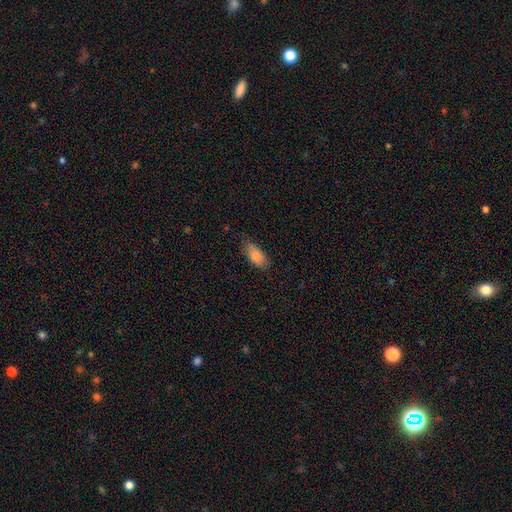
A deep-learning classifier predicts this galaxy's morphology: smooth_or_featured: smooth (p=0.83) [alt: featured or disk p=0.10]
how_rounded: in between (p=0.87) [alt: cigar-shaped p=0.10]
merging: none (p=0.77) [alt: minor disturbance p=0.19]